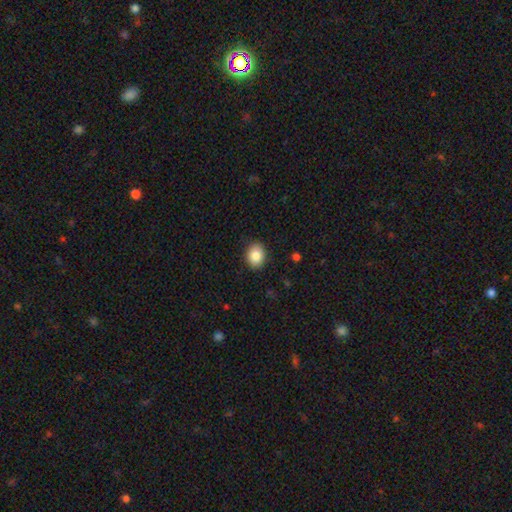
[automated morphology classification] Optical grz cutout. It shows a smooth galaxy with no disk features (85%) that is in between round and cigar-shaped (56%). Merging: none (89%).